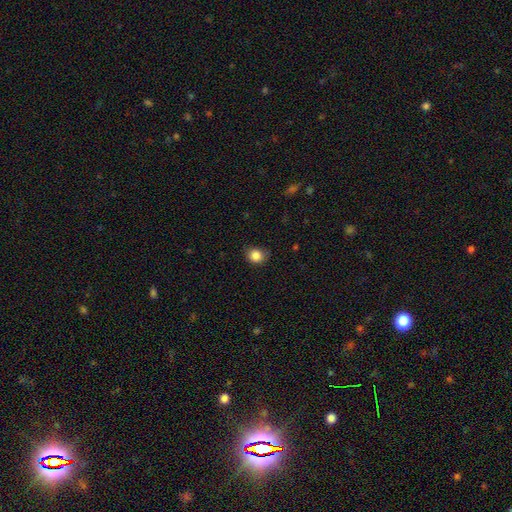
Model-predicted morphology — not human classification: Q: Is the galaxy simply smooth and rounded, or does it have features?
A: smooth — 85%.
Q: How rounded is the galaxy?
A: round — 71%.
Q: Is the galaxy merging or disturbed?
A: none — 77%.